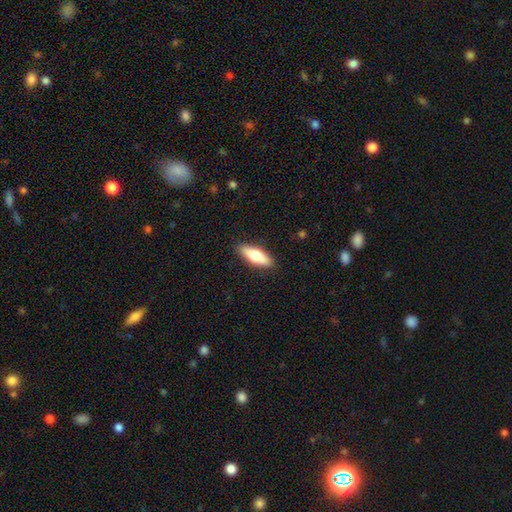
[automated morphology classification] A smooth galaxy with no disk features (62%) that is in between round and cigar-shaped (51%). Merging: none (88%).